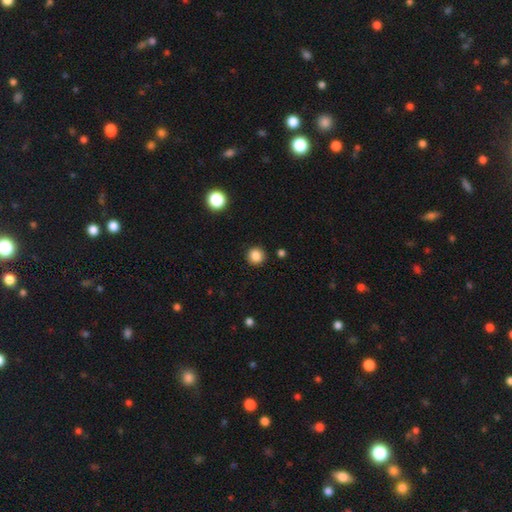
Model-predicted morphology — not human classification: smooth 85%, star or artifact 11%, featured or disk 4%. Down the decision tree: how rounded — round (94%); merging — none (91%).